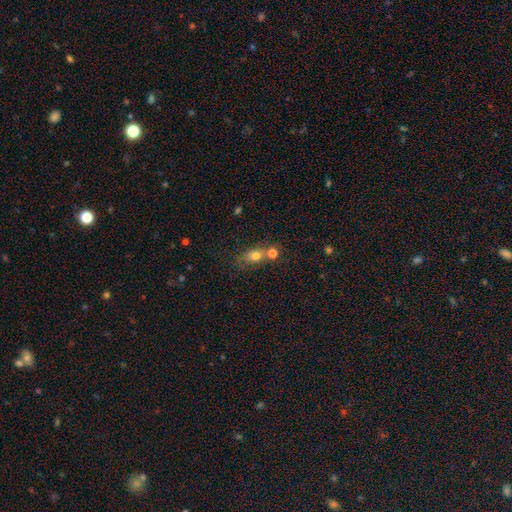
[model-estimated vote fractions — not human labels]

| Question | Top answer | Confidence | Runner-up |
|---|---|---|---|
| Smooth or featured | smooth | 74% | featured or disk (14%) |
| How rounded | in between | 57% | round (38%) |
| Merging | merger | 41% | tied: none (41%) |